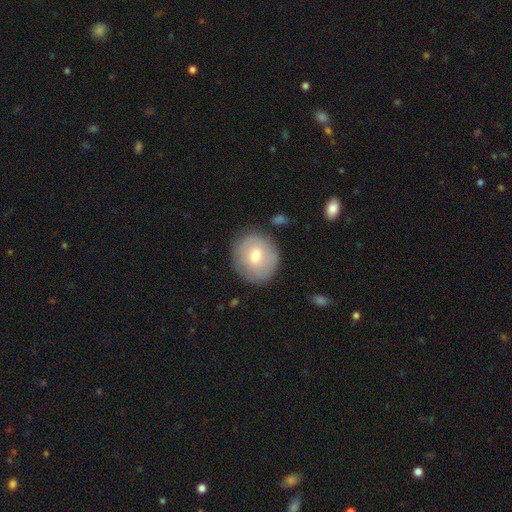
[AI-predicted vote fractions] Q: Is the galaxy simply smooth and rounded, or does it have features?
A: smooth — 67%.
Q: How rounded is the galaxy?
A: round — 82%.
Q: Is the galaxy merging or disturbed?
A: none — 81%.